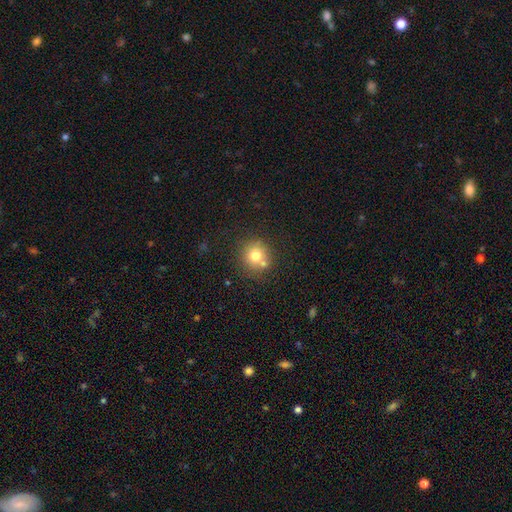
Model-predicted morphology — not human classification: Smooth or featured? smooth (73%)
How rounded? round (90%)
Merging? none (66%)